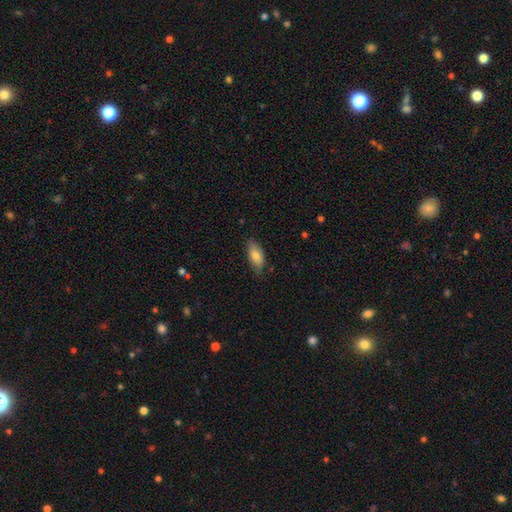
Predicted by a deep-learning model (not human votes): Smooth or featured: smooth — 79% (featured or disk — 15%)
How rounded: in between — 84% (cigar-shaped — 13%)
Merging: none — 78% (minor disturbance — 18%)